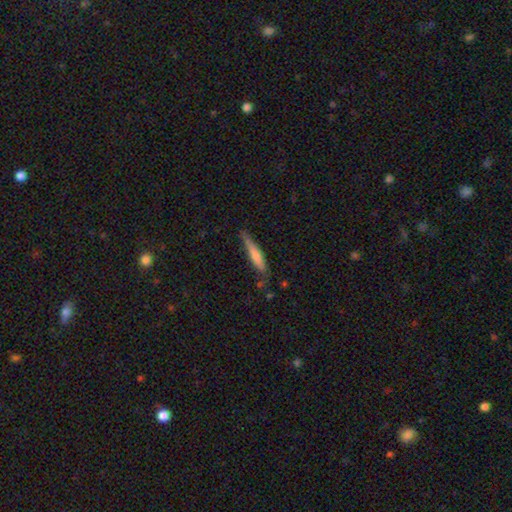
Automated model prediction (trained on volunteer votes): Q: Smooth or featured?
A: smooth (64%); runner-up: featured or disk (30%)
Q: How rounded?
A: cigar-shaped (89%); runner-up: in between (10%)
Q: Merging?
A: none (65%); runner-up: minor disturbance (26%)